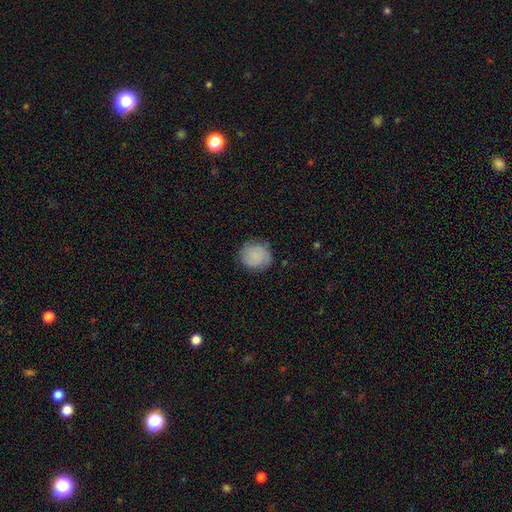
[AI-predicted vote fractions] Smooth or featured? smooth (74%)
How rounded? round (83%)
Merging? none (78%)